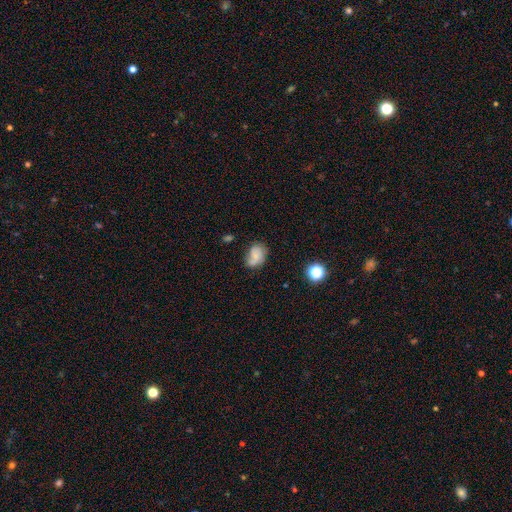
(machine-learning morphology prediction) This appears to be a smooth galaxy with no disk features (62%) that is in between round and cigar-shaped (70%). Merging: none (52%).